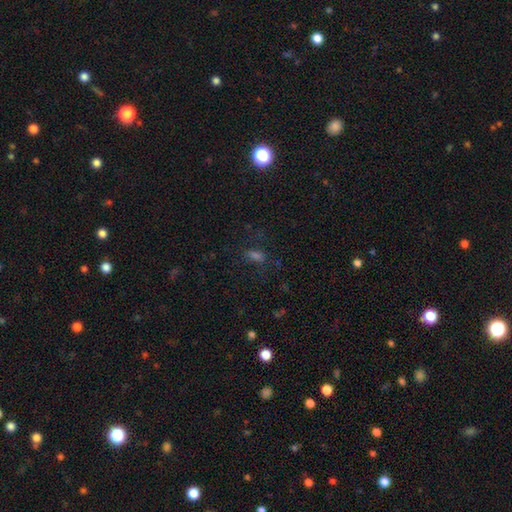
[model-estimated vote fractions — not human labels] Smooth or featured: smooth — 52% (star or artifact — 35%)
How rounded: in between — 70% (round — 16%)
Merging: none — 70% (minor disturbance — 16%)